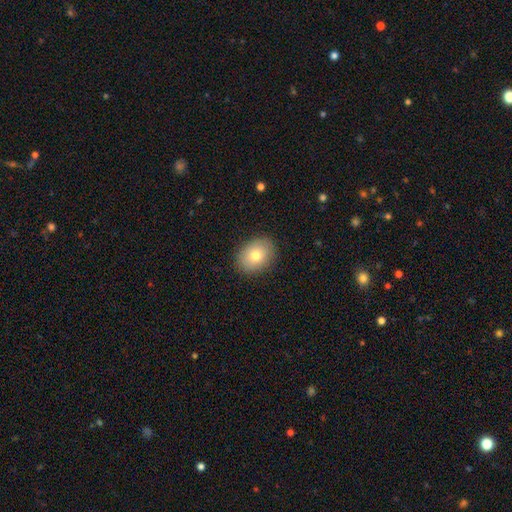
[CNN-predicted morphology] Smooth or featured? Predicted: smooth (p=0.77). How rounded? Predicted: in between (p=0.65). Merging? Predicted: none (p=0.88).